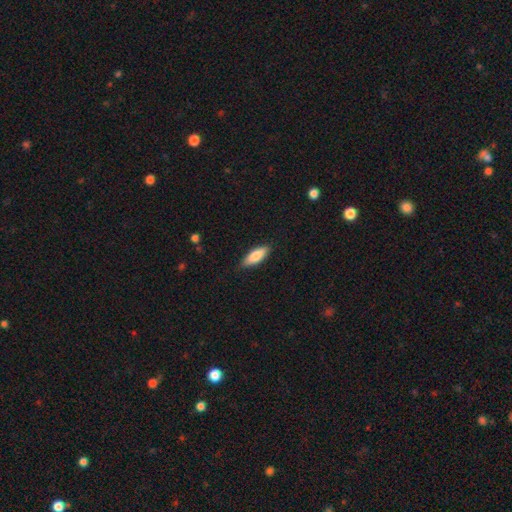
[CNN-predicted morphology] Smooth or featured?
  - smooth: 82% *
  - featured or disk: 12%
  - star or artifact: 6%
How rounded?
  - in between: 72% *
  - cigar-shaped: 26%
  - round: 2%
Merging?
  - none: 83% *
  - minor disturbance: 13%
  - major disturbance: 2%
  - merger: 1%